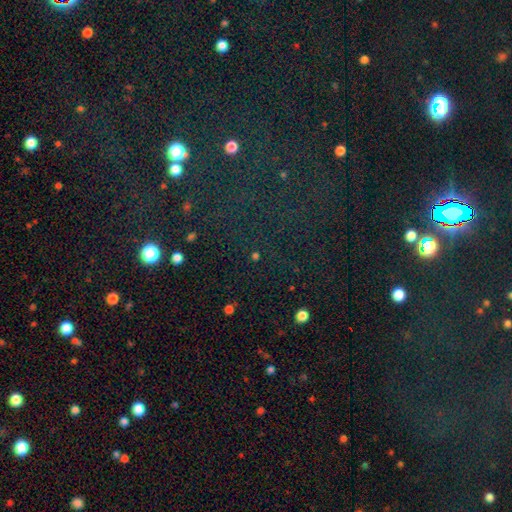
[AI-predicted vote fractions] Smooth or featured?
  - star or artifact: 68% *
  - smooth: 24%
  - featured or disk: 8%